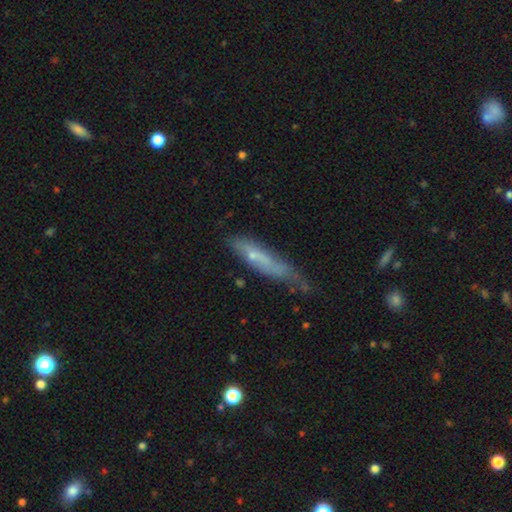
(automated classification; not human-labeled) smooth 51%, featured or disk 42%, star or artifact 7%. Down the decision tree: how rounded — cigar-shaped (80%); merging — none (44%).